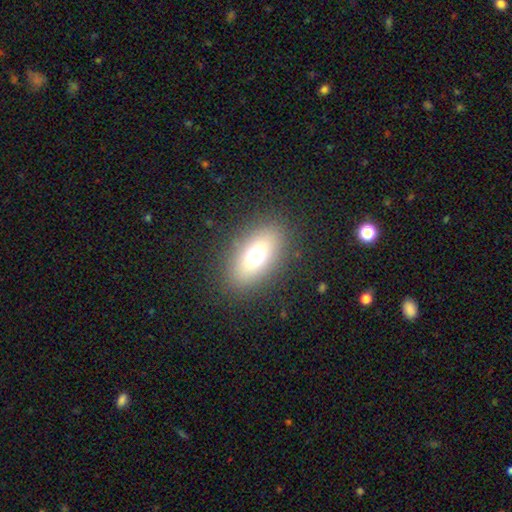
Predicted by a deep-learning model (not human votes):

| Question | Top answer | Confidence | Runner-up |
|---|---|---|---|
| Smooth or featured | smooth | 68% | featured or disk (19%) |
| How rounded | in between | 82% | round (11%) |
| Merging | none | 86% | minor disturbance (8%) |